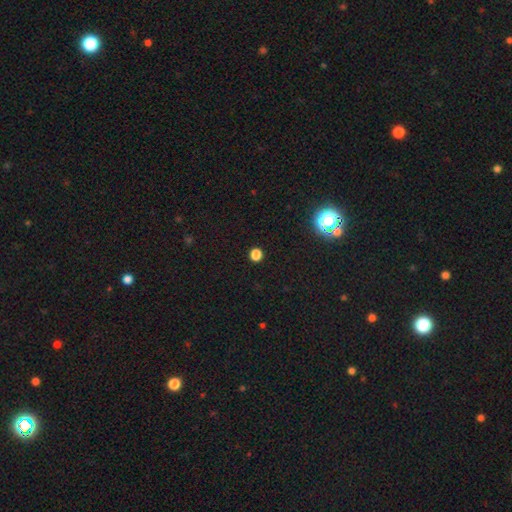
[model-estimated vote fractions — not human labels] smooth_or_featured: smooth (p=0.78) [alt: star or artifact p=0.19]
how_rounded: round (p=0.88) [alt: in between p=0.11]
merging: none (p=0.92) [alt: minor disturbance p=0.05]